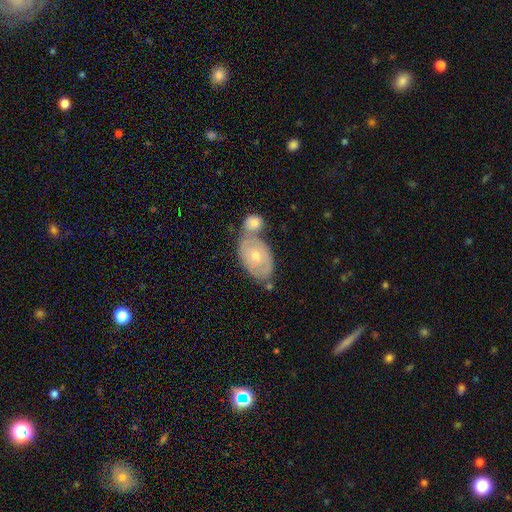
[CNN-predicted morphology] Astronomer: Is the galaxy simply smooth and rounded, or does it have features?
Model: featured or disk — 59%.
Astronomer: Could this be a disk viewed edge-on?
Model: no — 94%.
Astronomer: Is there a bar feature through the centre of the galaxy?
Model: no — 73%.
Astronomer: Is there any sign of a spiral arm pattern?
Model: yes — 62% (runner-up: no, 38%).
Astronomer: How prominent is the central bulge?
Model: moderate — 50% (runner-up: small, 46%).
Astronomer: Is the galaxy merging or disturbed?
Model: merger — 49% (runner-up: none, 34%).